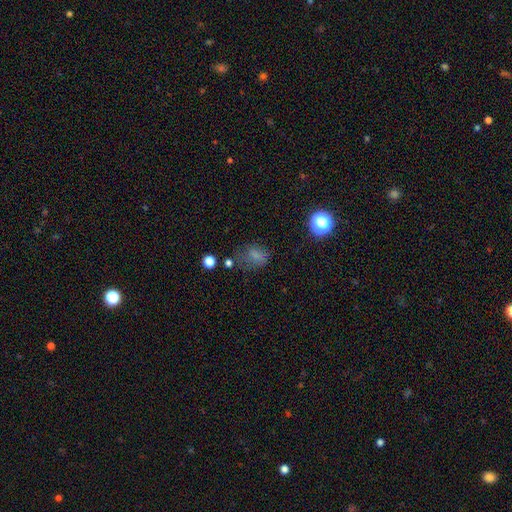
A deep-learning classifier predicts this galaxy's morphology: A smooth galaxy with no disk features (68%) that is in between round and cigar-shaped (58%). Merging: none (51%).